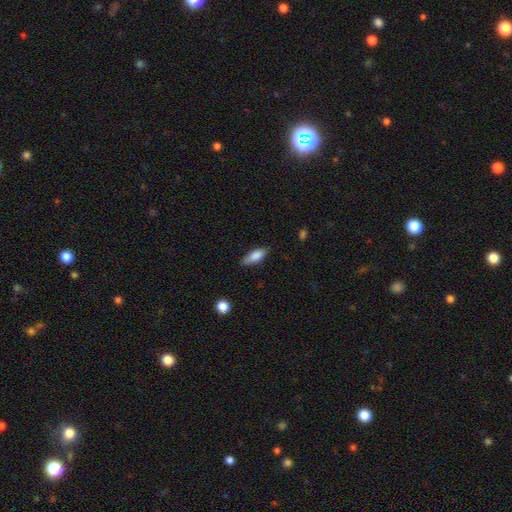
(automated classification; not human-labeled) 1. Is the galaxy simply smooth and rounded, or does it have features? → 82% smooth, 11% featured or disk, 7% star or artifact.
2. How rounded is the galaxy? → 75% in between, 23% cigar-shaped, 2% round.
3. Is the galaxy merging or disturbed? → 72% none, 22% minor disturbance, 4% major disturbance, 1% merger.